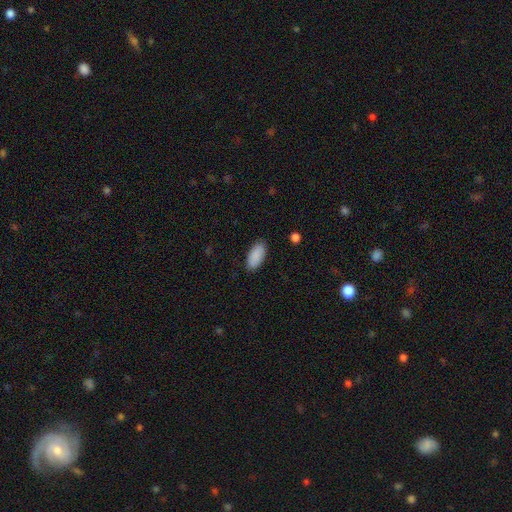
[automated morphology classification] Smooth or featured?
  - smooth: 90% *
  - star or artifact: 6%
  - featured or disk: 4%
How rounded?
  - in between: 91% *
  - cigar-shaped: 7%
  - round: 2%
Merging?
  - none: 86% *
  - minor disturbance: 10%
  - major disturbance: 2%
  - merger: 1%